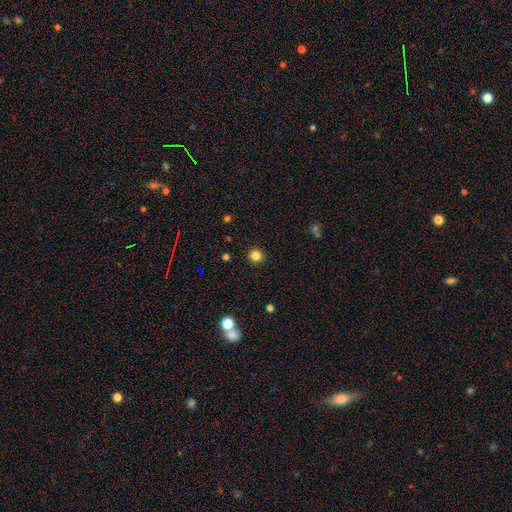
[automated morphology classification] This appears to be a smooth galaxy with no disk features (83%) that is round (95%). Merging: none (92%).